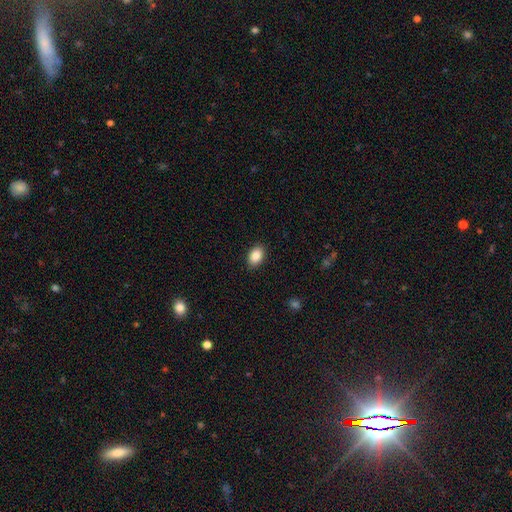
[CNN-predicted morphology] Smooth or featured?
  - smooth: 89% *
  - star or artifact: 7%
  - featured or disk: 4%
How rounded?
  - in between: 90% *
  - round: 9%
  - cigar-shaped: 1%
Merging?
  - none: 89% *
  - minor disturbance: 8%
  - major disturbance: 2%
  - merger: 1%